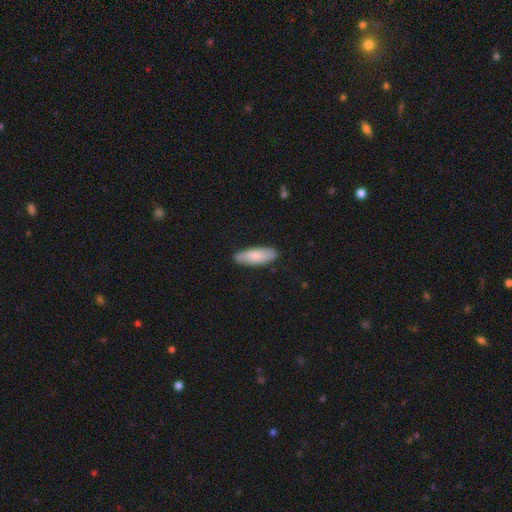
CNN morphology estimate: Smooth or featured: smooth — 80% (featured or disk — 15%)
How rounded: in between — 64% (cigar-shaped — 35%)
Merging: none — 83% (minor disturbance — 14%)